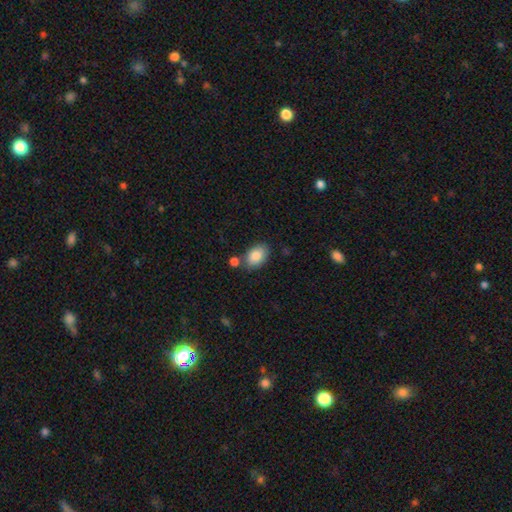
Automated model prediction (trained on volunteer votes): Morphology: type=smooth (86%); roundness=in between (88%); merging=none (72%).